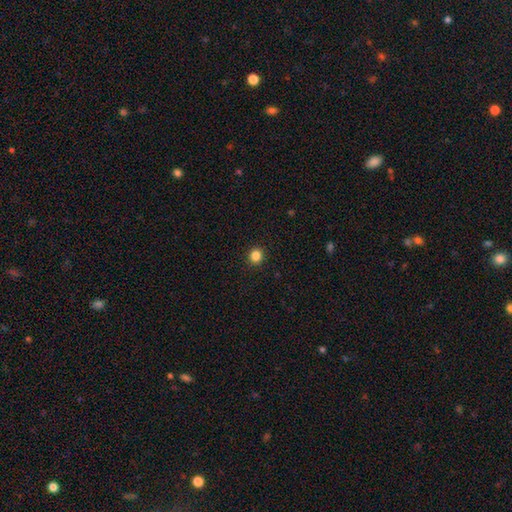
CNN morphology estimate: smooth_or_featured: smooth (p=0.85) [alt: star or artifact p=0.11]
how_rounded: round (p=0.87) [alt: in between p=0.12]
merging: none (p=0.92) [alt: minor disturbance p=0.05]